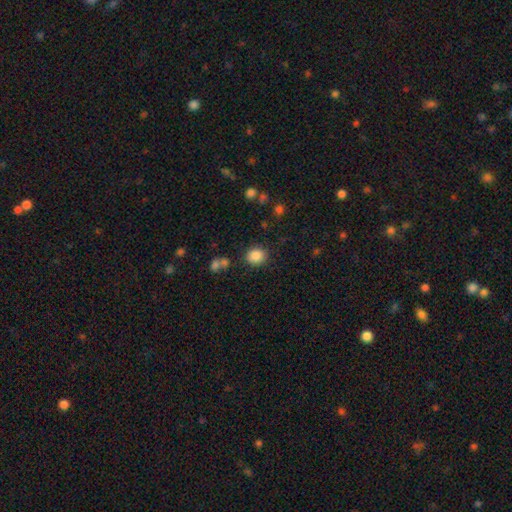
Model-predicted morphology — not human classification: Smooth or featured? Predicted: smooth (p=0.86). How rounded? Predicted: round (p=0.74). Merging? Predicted: none (p=0.83).